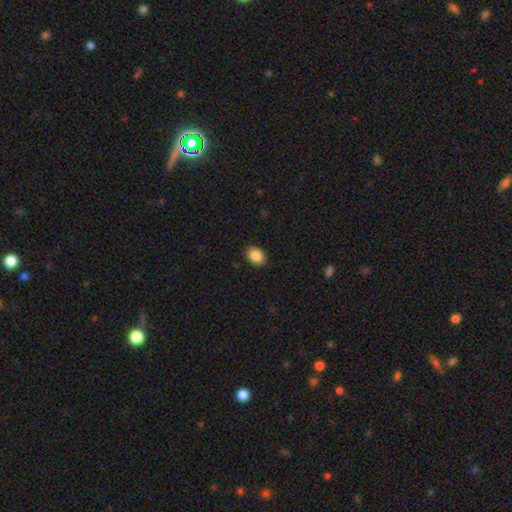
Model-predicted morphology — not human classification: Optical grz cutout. It shows a smooth galaxy with no disk features (87%) that is in between round and cigar-shaped (66%). Merging: none (88%).